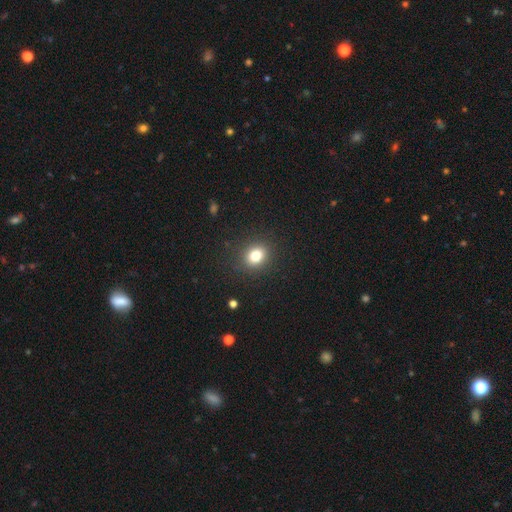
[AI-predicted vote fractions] The model was most divided on "how rounded": round: 66%, in between: 33%, cigar-shaped: 1%. More confident: merging — none (89%); smooth or featured — smooth (80%).